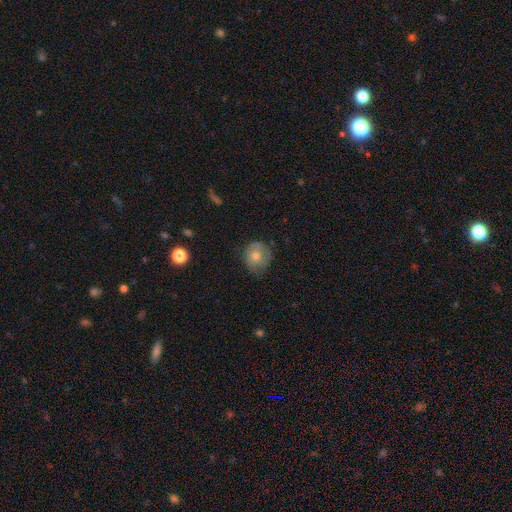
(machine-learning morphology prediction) smooth 64%, featured or disk 26%, star or artifact 10%. Down the decision tree: how rounded — round (80%); merging — none (63%).